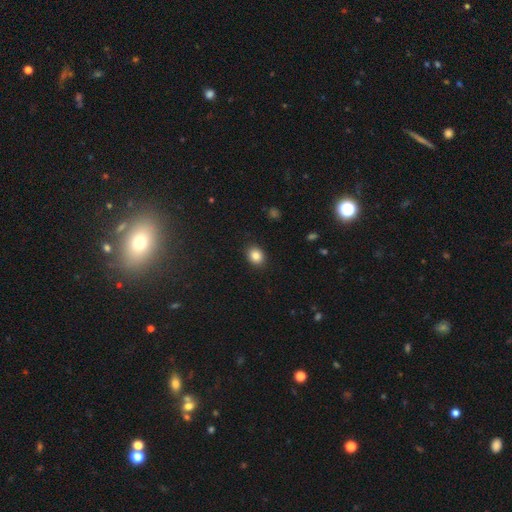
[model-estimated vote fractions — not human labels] This is clearly a smooth galaxy (85%). How rounded: possibly round (50%). Merging: clearly none (89%).